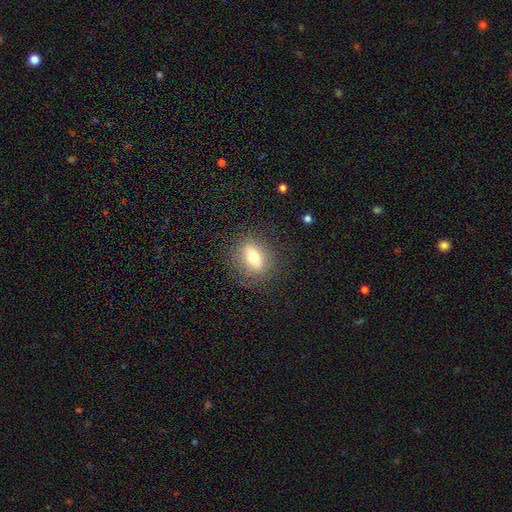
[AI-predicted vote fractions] Morphology: type=smooth (57%); roundness=in between (59%); merging=none (85%).